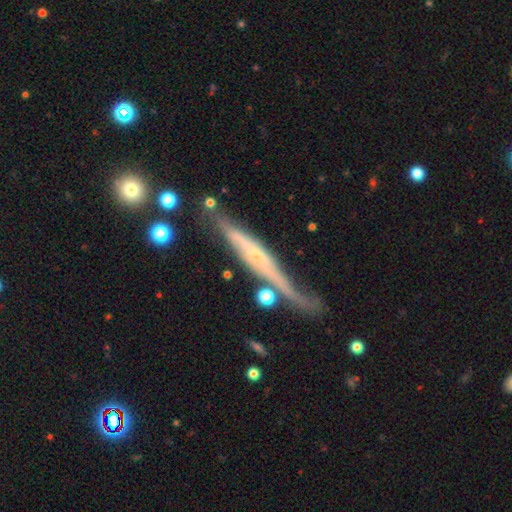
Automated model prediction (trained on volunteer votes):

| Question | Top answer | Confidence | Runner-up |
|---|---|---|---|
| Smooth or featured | featured or disk | 75% | smooth (19%) |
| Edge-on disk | yes | 87% | no (13%) |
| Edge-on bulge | rounded | 45% | none (43%) |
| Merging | none | 58% | minor disturbance (25%) |